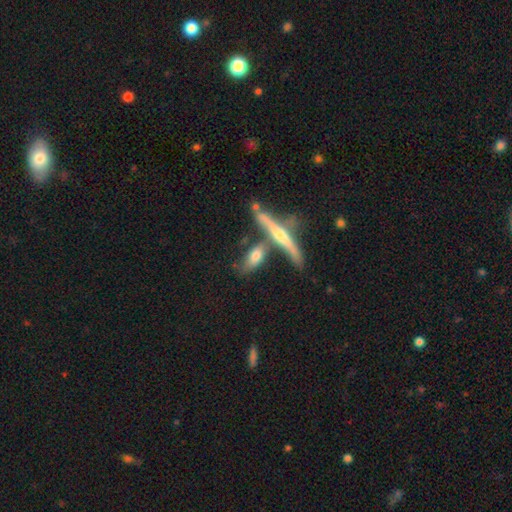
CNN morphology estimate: Smooth or featured? smooth (54%)
How rounded? in between (53%)
Merging? none (47%)